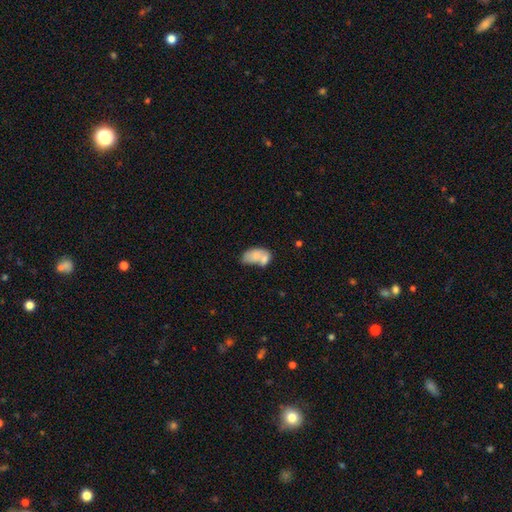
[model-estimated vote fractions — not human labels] Smooth or featured? smooth (71%)
How rounded? in between (90%)
Merging? merger (55%)